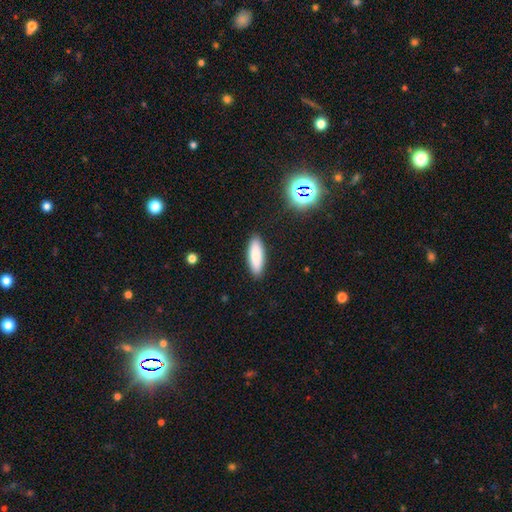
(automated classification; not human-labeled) smooth_or_featured: smooth (p=0.84) [alt: featured or disk p=0.10]
how_rounded: in between (p=0.57) [alt: cigar-shaped p=0.41]
merging: none (p=0.89) [alt: minor disturbance p=0.08]